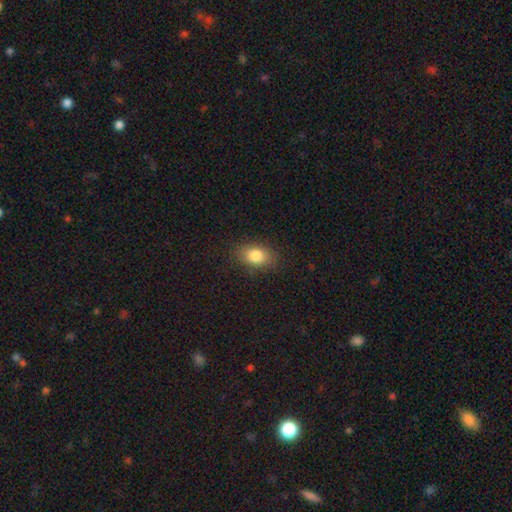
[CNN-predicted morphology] The model was most divided on "how rounded": in between: 79%, round: 20%, cigar-shaped: 2%. More confident: merging — none (85%); smooth or featured — smooth (82%).